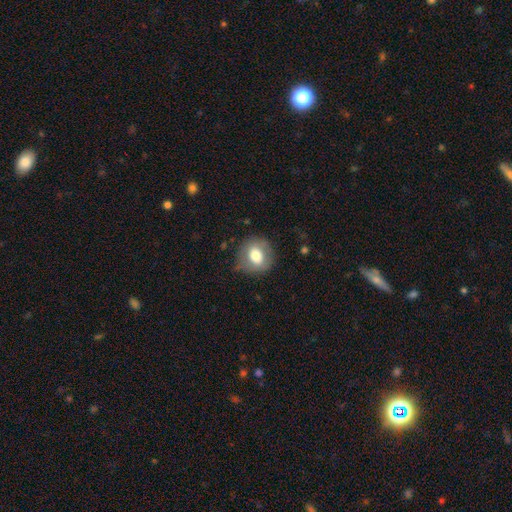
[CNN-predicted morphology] smooth_or_featured: smooth (p=0.73) [alt: featured or disk p=0.19]
how_rounded: round (p=0.77) [alt: in between p=0.22]
merging: none (p=0.75) [alt: minor disturbance p=0.18]